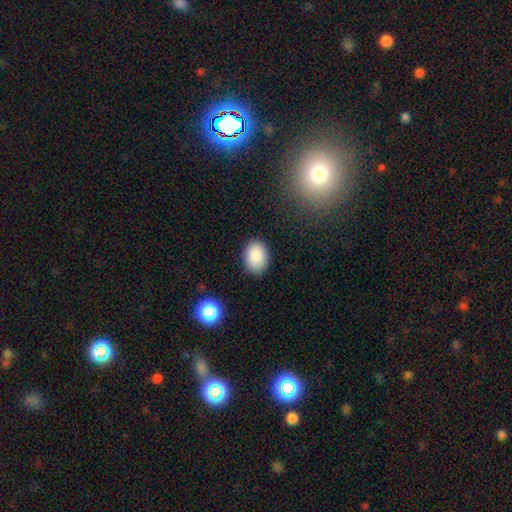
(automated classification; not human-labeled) smooth-or-featured: smooth: 88% | star or artifact: 8% | featured or disk: 4%
  how-rounded: in between: 70% | round: 30% | cigar-shaped: 1%
  merging: none: 87% | minor disturbance: 9% | major disturbance: 2% | merger: 1%